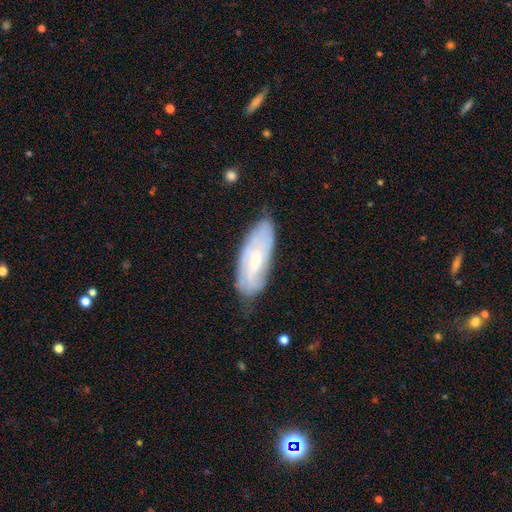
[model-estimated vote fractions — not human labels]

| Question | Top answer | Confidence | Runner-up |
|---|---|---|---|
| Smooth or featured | featured or disk | 56% | smooth (36%) |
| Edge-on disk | no | 84% | yes (16%) |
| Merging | none | 73% | minor disturbance (21%) |